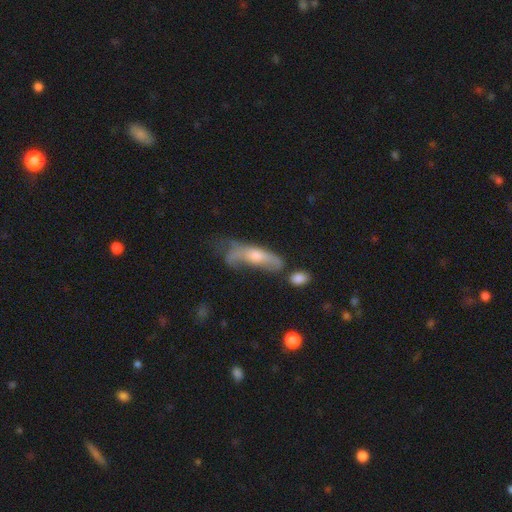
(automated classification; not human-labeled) Morphology: type=featured or disk (47%); merging=major disturbance (37%).